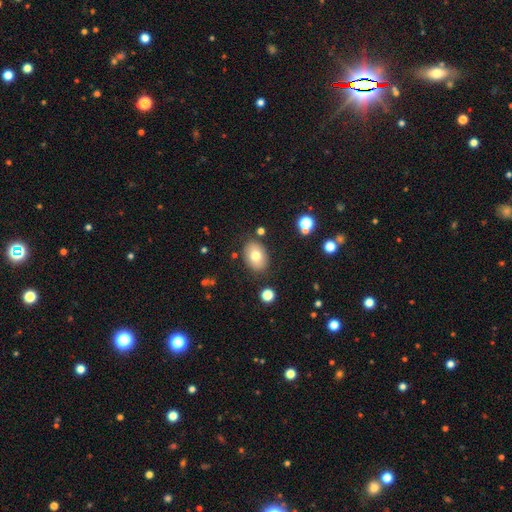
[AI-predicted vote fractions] Smooth or featured: smooth — 76% (featured or disk — 15%)
How rounded: in between — 81% (round — 18%)
Merging: none — 83% (minor disturbance — 11%)